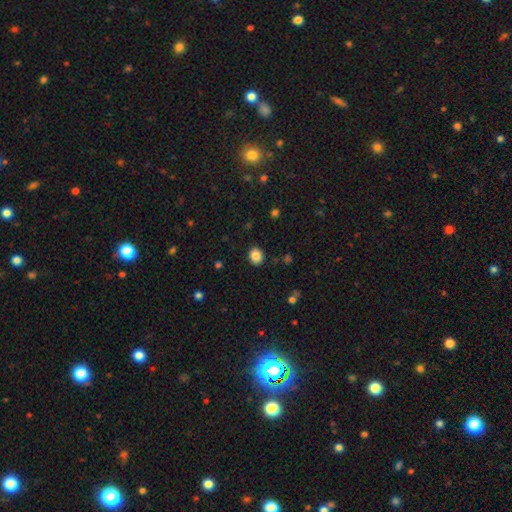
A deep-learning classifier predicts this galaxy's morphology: Smooth or featured?
  - smooth: 85% *
  - star or artifact: 10%
  - featured or disk: 5%
How rounded?
  - round: 68% *
  - in between: 31%
  - cigar-shaped: 1%
Merging?
  - none: 90% *
  - minor disturbance: 7%
  - major disturbance: 2%
  - merger: 1%